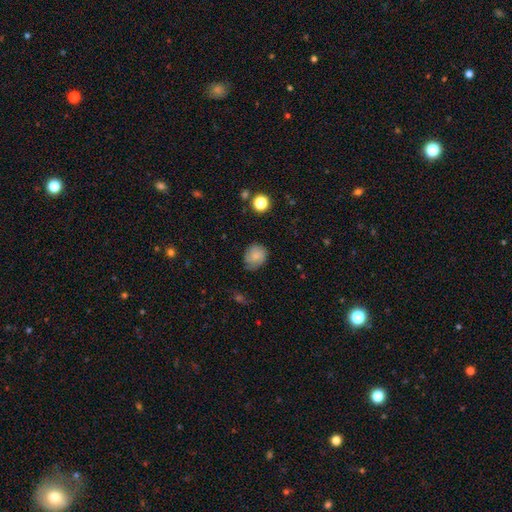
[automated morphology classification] smooth 67%, featured or disk 24%, star or artifact 9%. Down the decision tree: how rounded — round (65%); merging — none (74%).